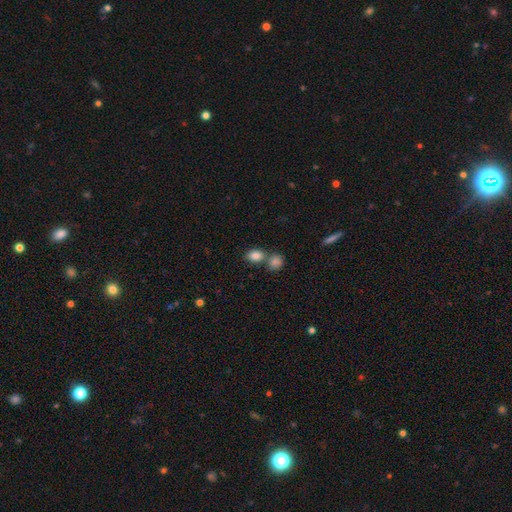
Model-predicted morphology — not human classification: type=smooth (84%); roundness=in between (67%); merging=none (51%).